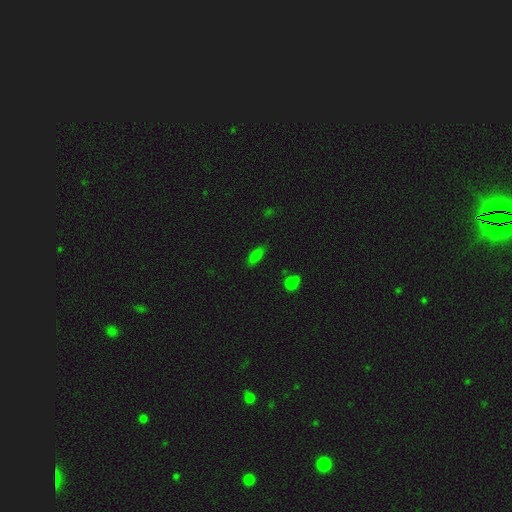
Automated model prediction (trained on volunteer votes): Morphology: type=smooth (81%); roundness=in between (65%); merging=none (81%).